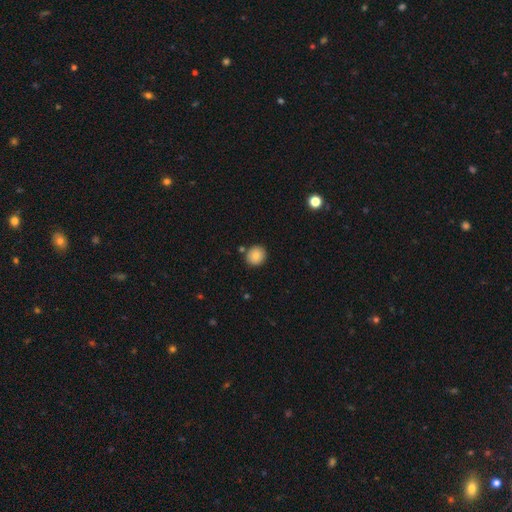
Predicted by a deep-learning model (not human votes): Morphology: type=smooth (83%); roundness=round (86%); merging=none (84%).